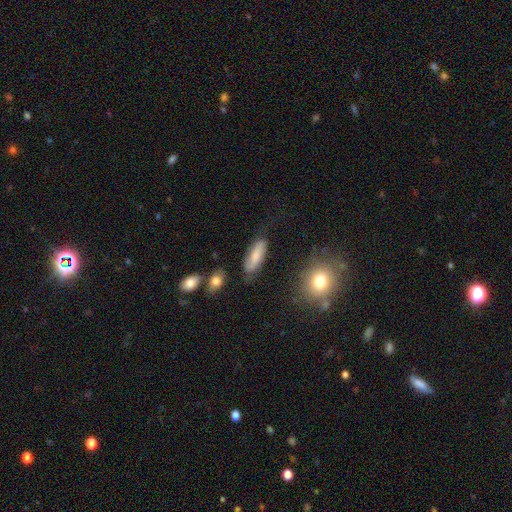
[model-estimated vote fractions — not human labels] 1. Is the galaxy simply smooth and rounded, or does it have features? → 70% smooth, 22% featured or disk, 8% star or artifact.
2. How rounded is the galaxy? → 67% in between, 30% cigar-shaped, 3% round.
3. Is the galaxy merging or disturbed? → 73% none, 19% minor disturbance, 5% major disturbance, 3% merger.